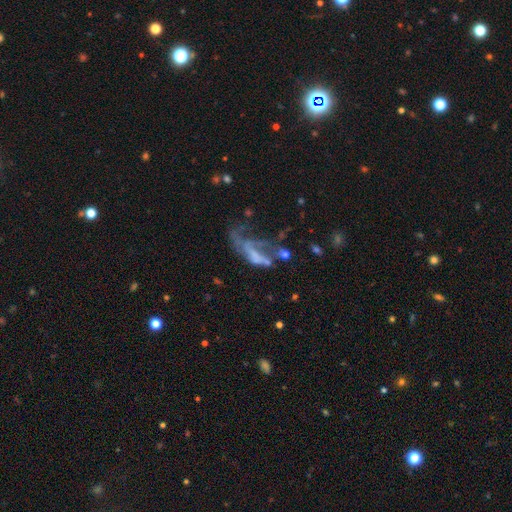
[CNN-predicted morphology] smooth_or_featured: featured or disk (p=0.56) [alt: smooth p=0.27]
disk_edge_on: no (p=0.89) [alt: yes p=0.11]
bar: no (p=0.70) [alt: weak p=0.18]
has_spiral_arms: no (p=0.69) [alt: yes p=0.31]
bulge_size: none (p=0.66) [alt: small p=0.16]
merging: major disturbance (p=0.49) [alt: none p=0.20]